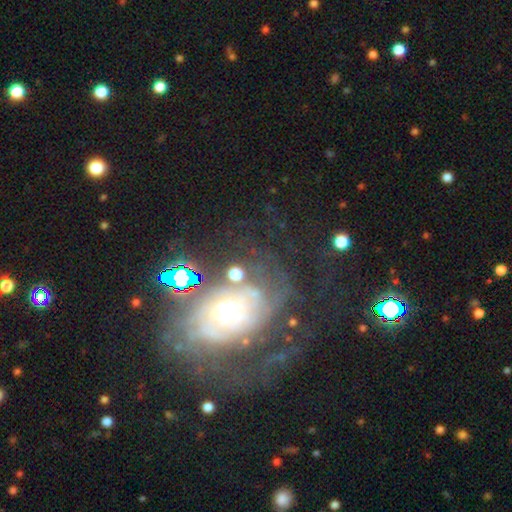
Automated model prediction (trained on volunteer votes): Morphology: type=featured or disk (77%); edge-on=no (96%); bar=no (75%); spiral arms=yes (87%); winding=tight (62%); arm count=can't tell (46%); bulge=moderate (44%); merging=none (58%).